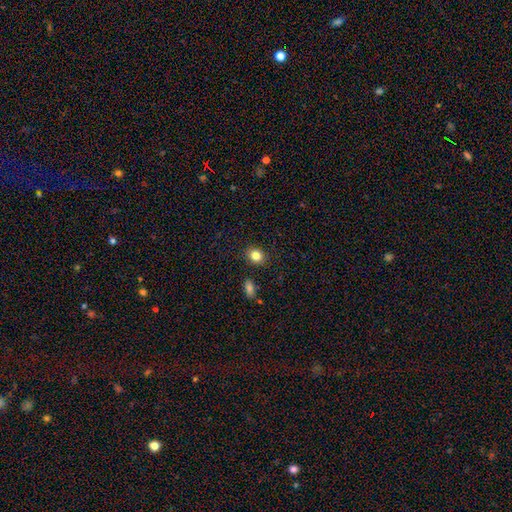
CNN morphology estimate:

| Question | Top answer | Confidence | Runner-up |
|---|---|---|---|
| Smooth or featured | smooth | 83% | star or artifact (11%) |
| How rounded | round | 64% | in between (35%) |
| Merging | none | 88% | minor disturbance (8%) |